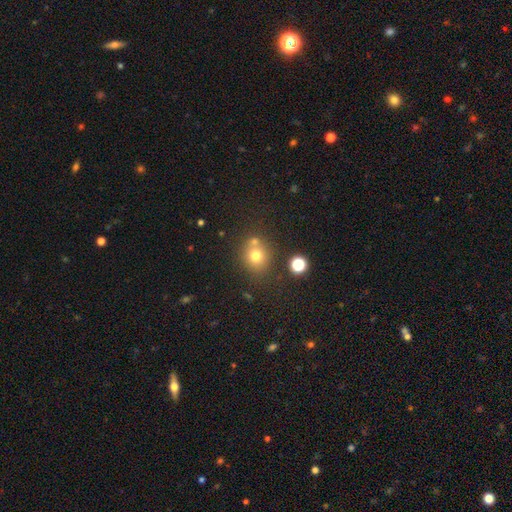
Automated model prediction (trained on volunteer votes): A smooth galaxy with no disk features (72%) that is round (83%). Merging: none (68%).